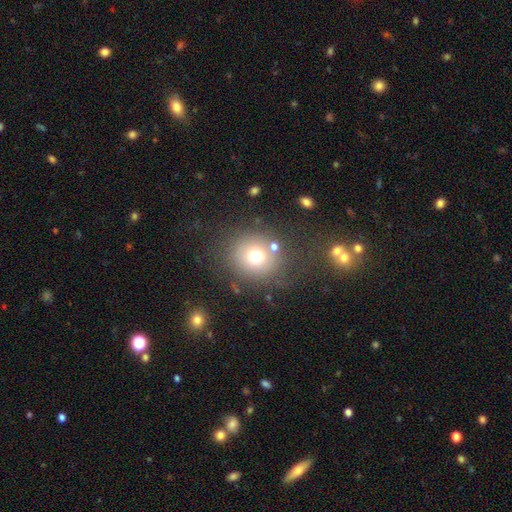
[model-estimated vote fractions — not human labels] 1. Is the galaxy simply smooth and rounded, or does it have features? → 70% smooth, 16% star or artifact, 13% featured or disk.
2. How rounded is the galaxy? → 88% round, 11% in between, 1% cigar-shaped.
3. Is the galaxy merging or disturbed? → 75% none, 11% minor disturbance, 7% major disturbance, 7% merger.